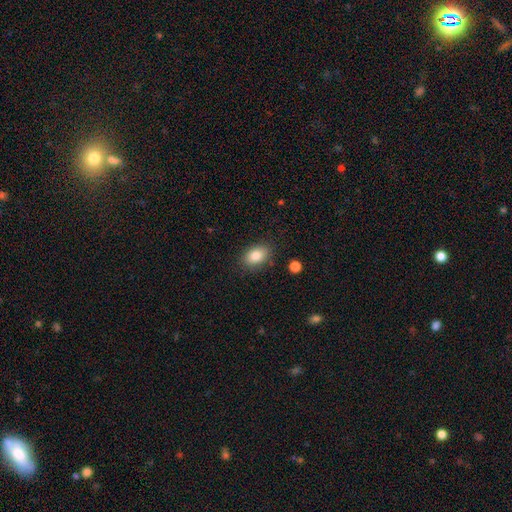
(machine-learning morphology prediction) A smooth galaxy with no disk features (84%) that is in between round and cigar-shaped (86%).

Vote fractions:
- Smooth or featured? smooth: 84% / star or artifact: 8% / featured or disk: 8%
- How rounded? in between: 86% / round: 12% / cigar-shaped: 1%
- Merging? none: 84% / minor disturbance: 11% / major disturbance: 3% / merger: 2%